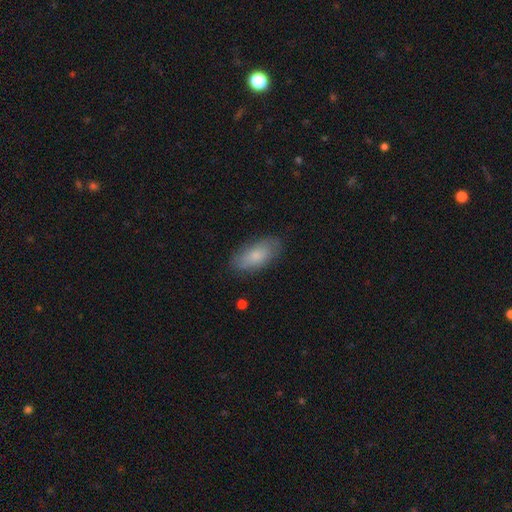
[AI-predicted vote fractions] smooth_or_featured: smooth (p=0.74) [alt: featured or disk p=0.19]
how_rounded: in between (p=0.90) [alt: cigar-shaped p=0.07]
merging: none (p=0.79) [alt: minor disturbance p=0.16]